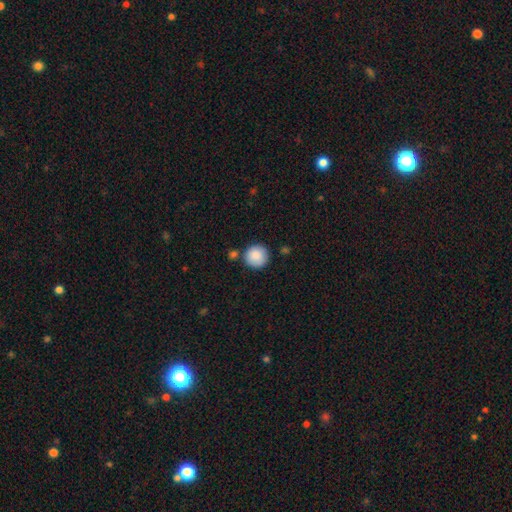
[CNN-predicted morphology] The model was most divided on "merging": none: 80%, minor disturbance: 11%, merger: 7%, major disturbance: 3%. More confident: how rounded — round (94%); smooth or featured — smooth (88%).